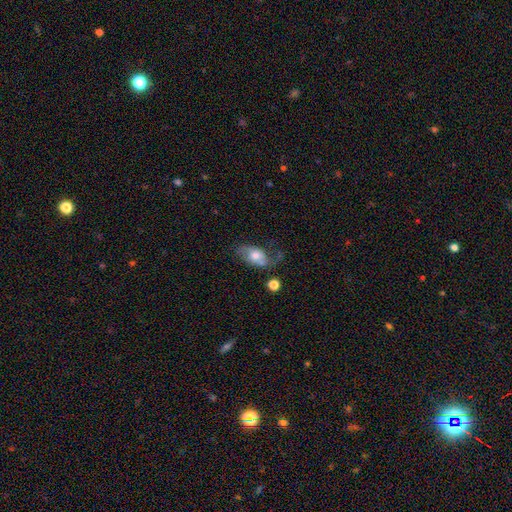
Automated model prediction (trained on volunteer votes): smooth_or_featured: smooth (p=0.47) [alt: featured or disk p=0.45]
merging: none (p=0.43) [alt: minor disturbance p=0.27]